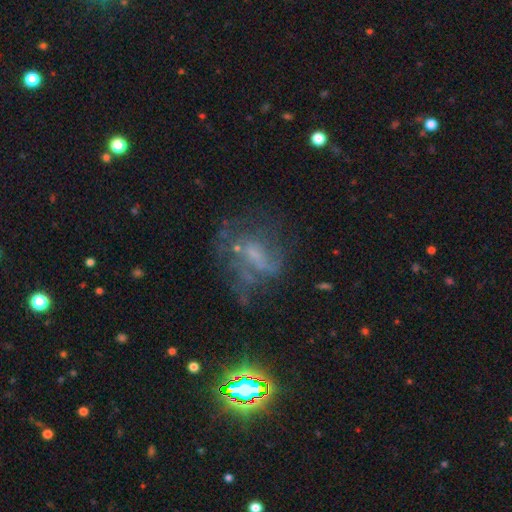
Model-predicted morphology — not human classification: type=featured or disk (58%); edge-on=no (96%); bar=no (62%); spiral arms=yes (53%); bulge=none (41%); merging=none (43%).